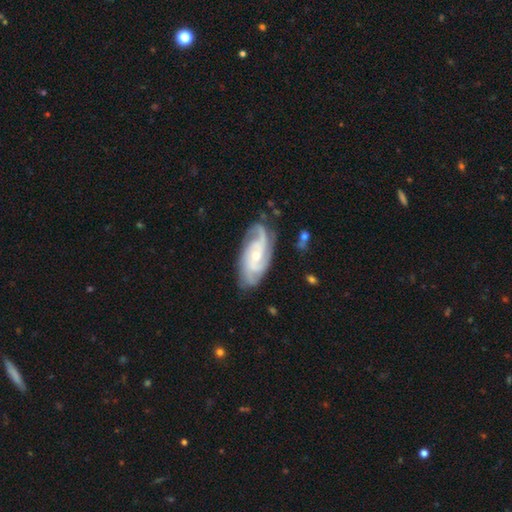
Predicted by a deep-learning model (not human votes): This appears to be a featured or disk galaxy (87%) with no bar (63%), 3 (39%) tight (50%) spiral arms (97%) and a small central bulge (57%). Merging: none (76%).